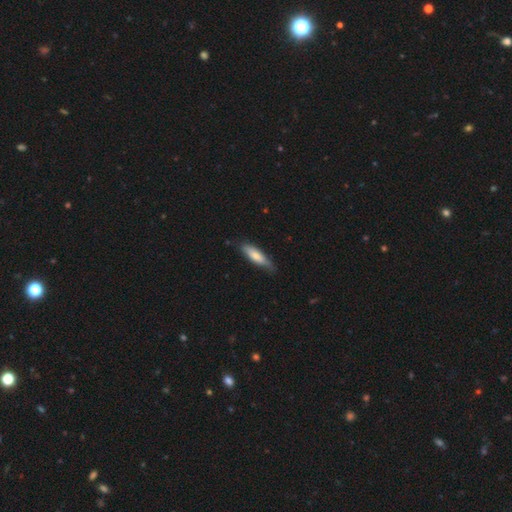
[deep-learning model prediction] Q: Smooth or featured?
A: smooth (71%); runner-up: featured or disk (24%)
Q: How rounded?
A: cigar-shaped (59%); runner-up: in between (40%)
Q: Merging?
A: none (68%); runner-up: minor disturbance (26%)